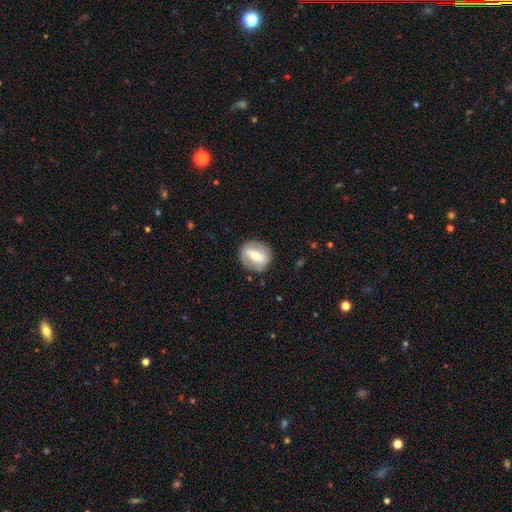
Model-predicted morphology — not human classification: type=featured or disk (54%); edge-on=no (90%); merging=none (84%).